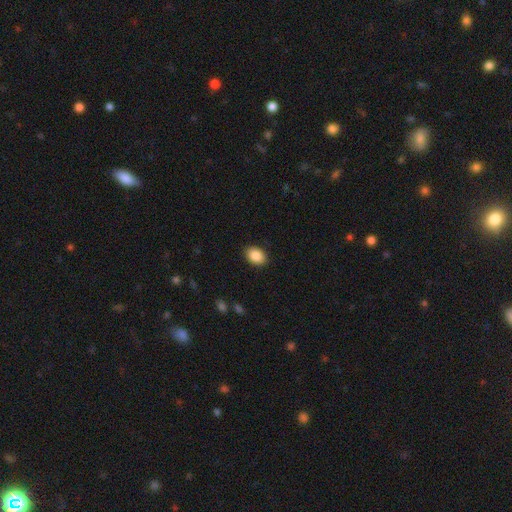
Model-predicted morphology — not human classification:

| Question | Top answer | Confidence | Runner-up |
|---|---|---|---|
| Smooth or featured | smooth | 89% | star or artifact (7%) |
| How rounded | in between | 78% | round (21%) |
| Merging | none | 90% | minor disturbance (7%) |